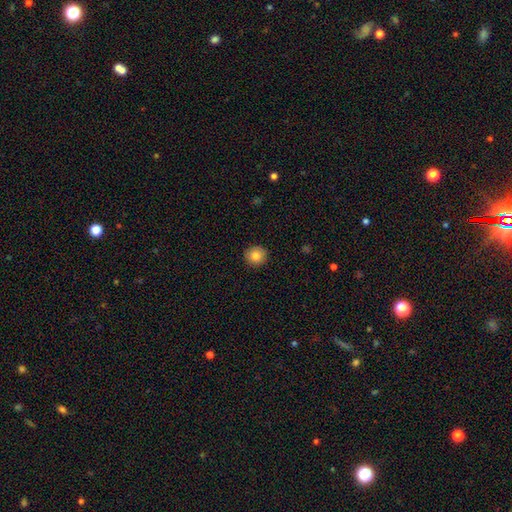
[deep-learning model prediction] smooth 83%, star or artifact 9%, featured or disk 8%. Down the decision tree: how rounded — round (92%); merging — none (92%).